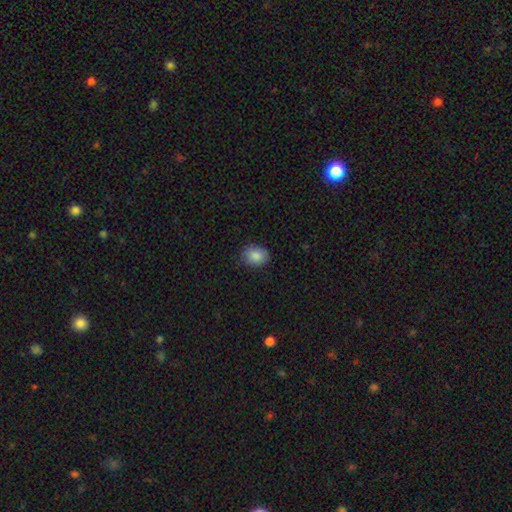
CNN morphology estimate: smooth_or_featured: smooth (p=0.87) [alt: star or artifact p=0.08]
how_rounded: in between (p=0.54) [alt: round p=0.45]
merging: none (p=0.81) [alt: minor disturbance p=0.16]